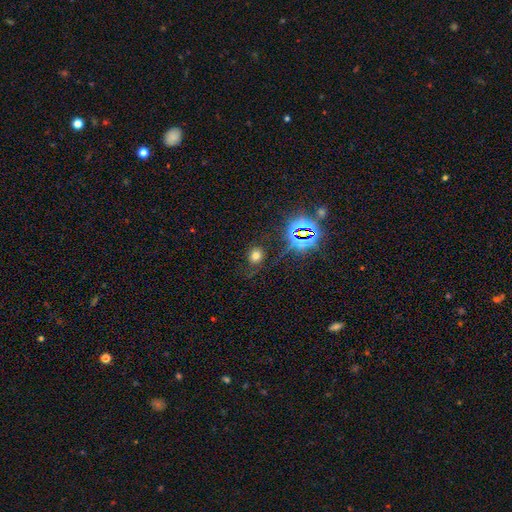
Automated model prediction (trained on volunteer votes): This is likely a smooth galaxy (63%). How rounded: likely round (68%). Merging: likely none (78%).